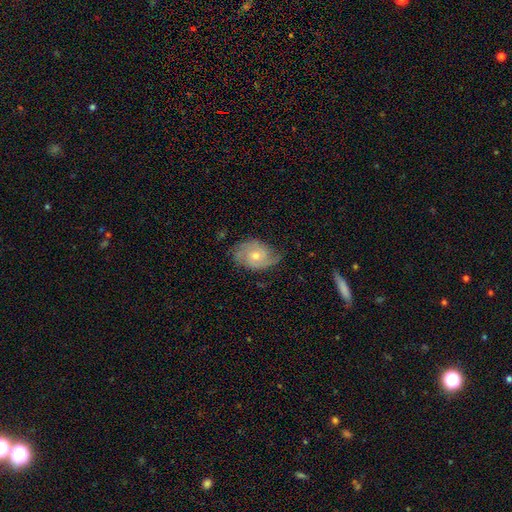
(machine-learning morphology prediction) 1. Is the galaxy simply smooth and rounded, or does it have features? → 76% featured or disk, 17% smooth, 7% star or artifact.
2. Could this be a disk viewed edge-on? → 96% no, 4% yes.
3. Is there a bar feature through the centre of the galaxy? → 71% no, 25% weak, 4% strong.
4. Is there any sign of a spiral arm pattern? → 93% yes, 7% no.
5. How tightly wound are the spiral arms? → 46% tight, 40% medium, 14% loose.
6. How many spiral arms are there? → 56% 2, 20% can't tell, 13% 3, 4% 1, 3% 4, 3% more than 4.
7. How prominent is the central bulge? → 56% moderate, 39% small, 2% large, 2% none, 1% dominant.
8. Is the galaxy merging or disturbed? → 71% none, 22% minor disturbance, 6% major disturbance, 1% merger.